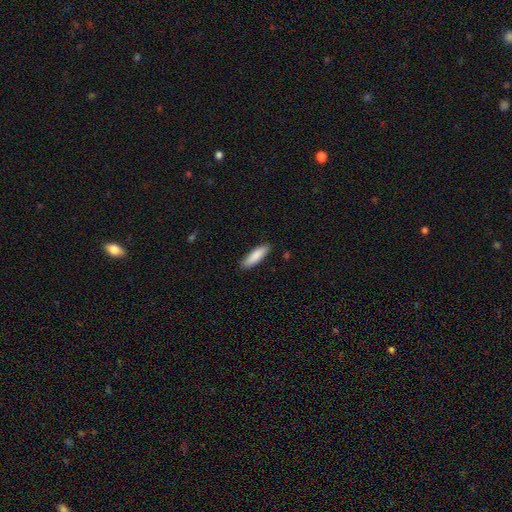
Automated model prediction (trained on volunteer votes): This appears to be a smooth galaxy with no disk features (86%) that is cigar-shaped (63%). Merging: none (87%).